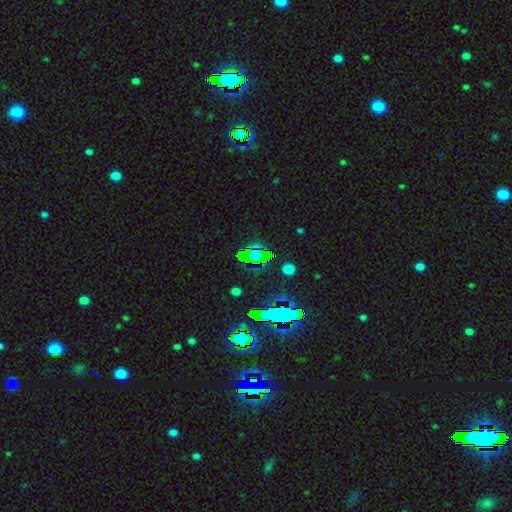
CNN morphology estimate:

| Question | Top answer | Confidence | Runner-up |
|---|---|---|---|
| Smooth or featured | star or artifact | 71% | smooth (18%) |